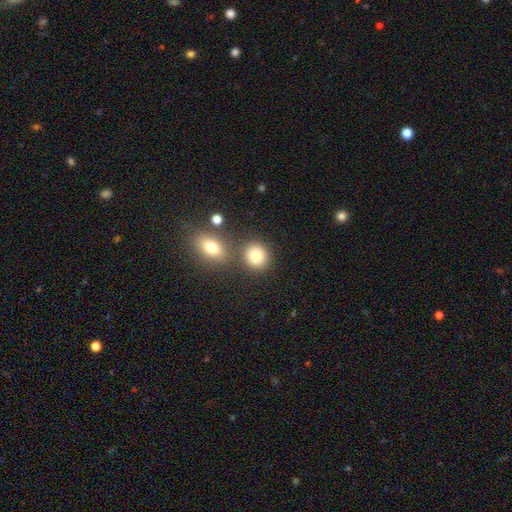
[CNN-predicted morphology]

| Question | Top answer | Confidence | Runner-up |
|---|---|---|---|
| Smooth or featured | smooth | 84% | star or artifact (10%) |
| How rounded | round | 77% | in between (22%) |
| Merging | none | 72% | merger (14%) |